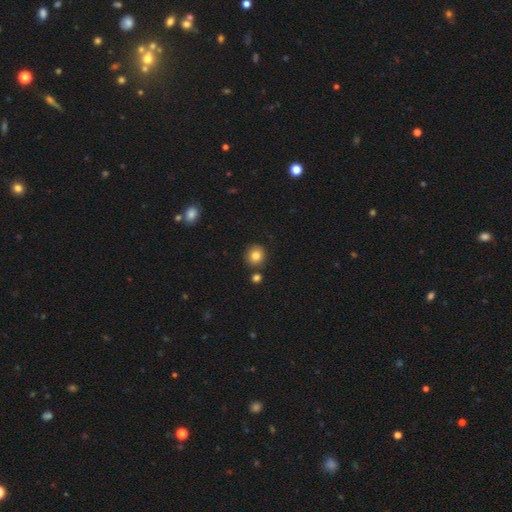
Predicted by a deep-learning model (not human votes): Q: Smooth or featured?
A: smooth (84%); runner-up: star or artifact (10%)
Q: How rounded?
A: round (89%); runner-up: in between (10%)
Q: Merging?
A: none (82%); runner-up: minor disturbance (8%)